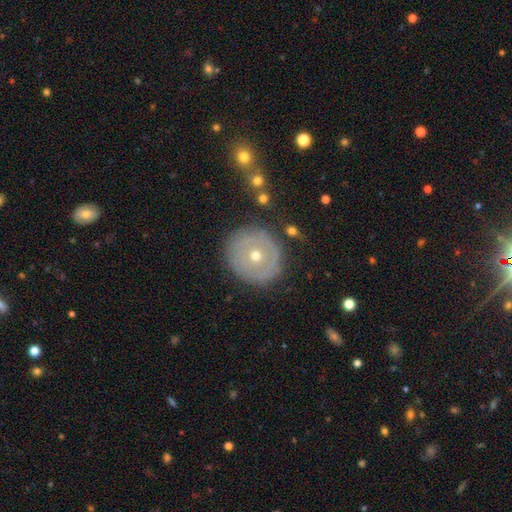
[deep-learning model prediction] This is possibly a featured or disk galaxy (52%). It is clearly not viewed edge-on (95%). Merging: clearly none (83%).